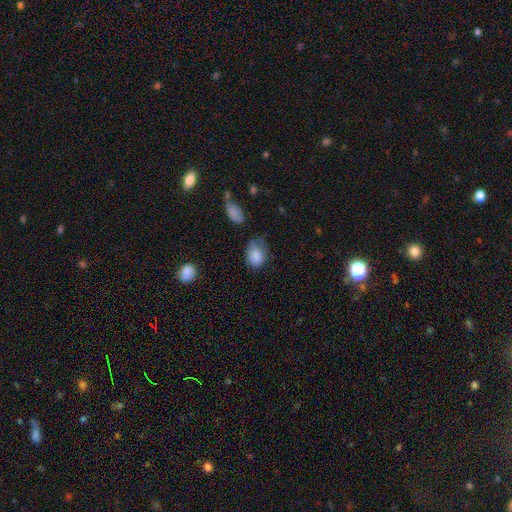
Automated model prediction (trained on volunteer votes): smooth_or_featured: smooth (p=0.84) [alt: star or artifact p=0.08]
how_rounded: in between (p=0.71) [alt: round p=0.28]
merging: none (p=0.43) [alt: minor disturbance p=0.38]